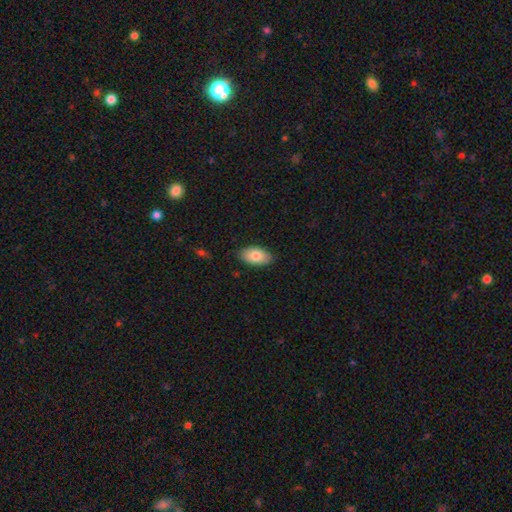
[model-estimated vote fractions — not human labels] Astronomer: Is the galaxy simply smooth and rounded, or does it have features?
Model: smooth — 80%.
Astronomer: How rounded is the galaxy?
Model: in between — 93%.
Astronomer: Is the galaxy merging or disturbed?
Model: none — 84%.